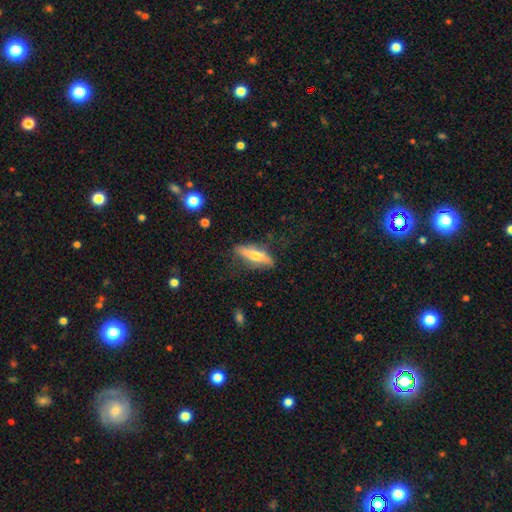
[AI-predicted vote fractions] Smooth or featured? smooth (47%, tied with featured or disk)
Merging? none (74%)